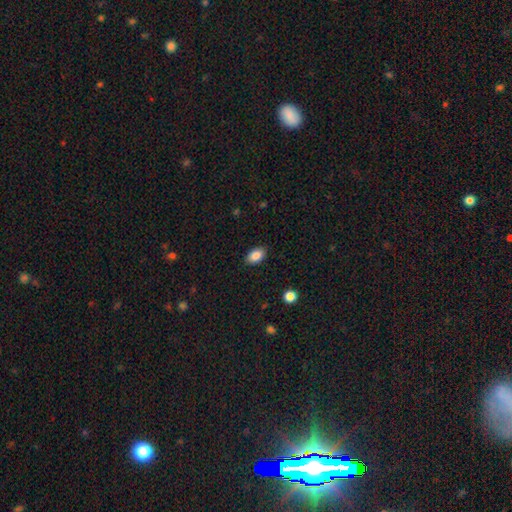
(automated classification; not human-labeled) A smooth galaxy with no disk features (88%) that is in between round and cigar-shaped (92%). Merging: none (88%).